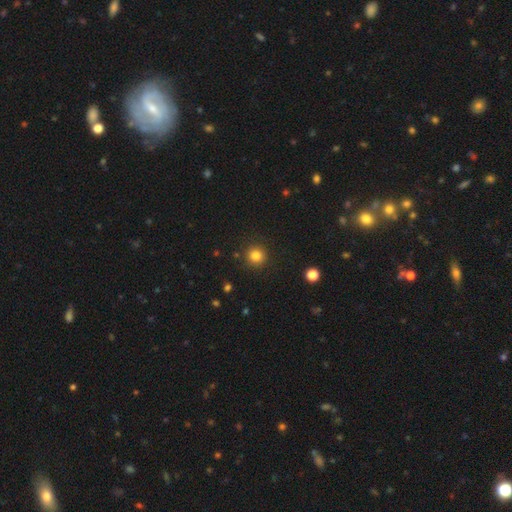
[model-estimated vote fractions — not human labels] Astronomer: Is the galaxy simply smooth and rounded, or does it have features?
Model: smooth — 83%.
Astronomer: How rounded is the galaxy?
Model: round — 93%.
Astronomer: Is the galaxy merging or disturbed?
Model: none — 90%.